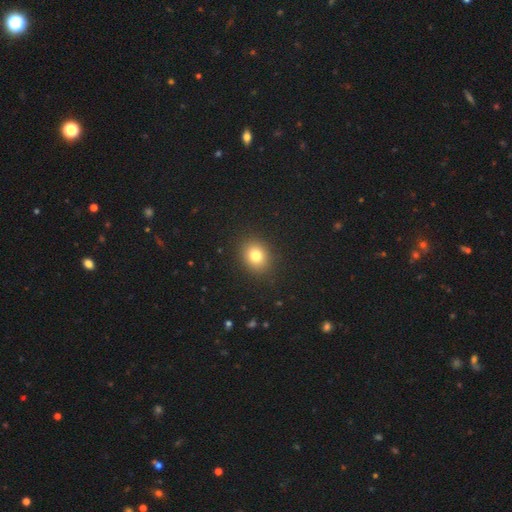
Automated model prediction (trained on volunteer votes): A smooth galaxy with no disk features (79%) that is round (62%). Merging: none (90%).